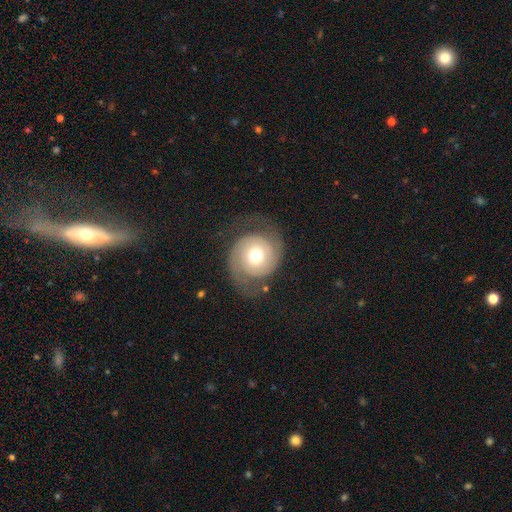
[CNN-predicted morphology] This appears to be a featured or disk galaxy (76%) with no bar (74%), 2 (89%) medium (40%) spiral arms (93%) and a moderate central bulge (71%). Merging: none (70%).